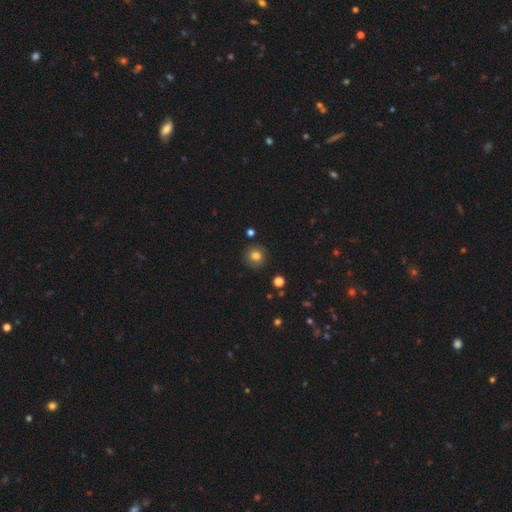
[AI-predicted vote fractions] A smooth galaxy with no disk features (82%) that is round (90%). Merging: none (88%).